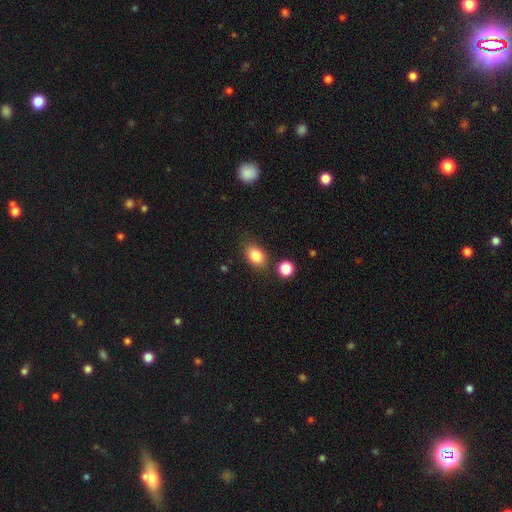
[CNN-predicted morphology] The model was most divided on "how rounded": in between: 80%, round: 18%, cigar-shaped: 2%. More confident: smooth or featured — smooth (84%); merging — none (78%).